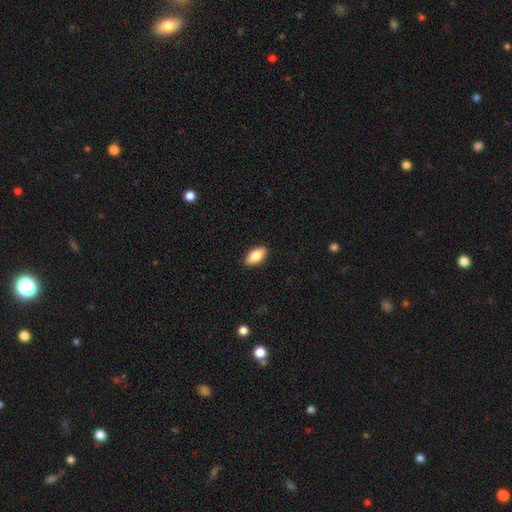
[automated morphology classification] Smooth or featured: smooth — 81% (featured or disk — 12%)
How rounded: in between — 91% (cigar-shaped — 6%)
Merging: none — 90% (minor disturbance — 8%)